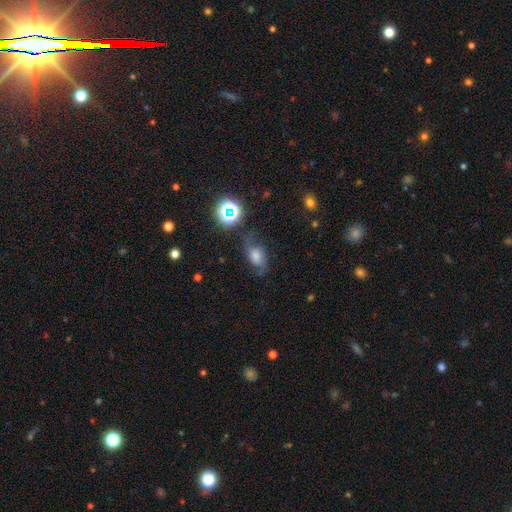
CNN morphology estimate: featured or disk 52%, smooth 28%, star or artifact 20%. Down the decision tree: edge-on disk — no (93%); merging — none (62%).